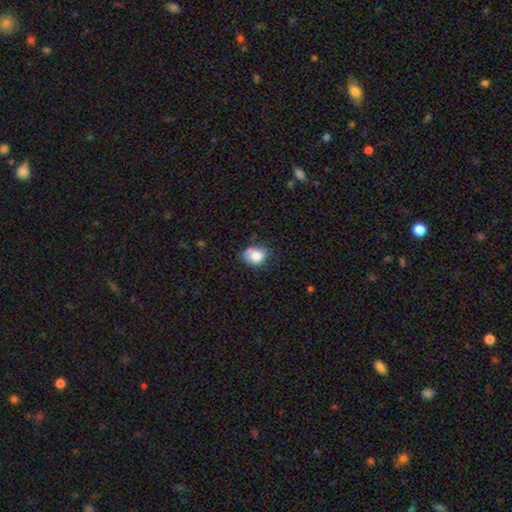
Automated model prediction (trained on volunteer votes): Smooth or featured?
  - smooth: 79% *
  - featured or disk: 13%
  - star or artifact: 9%
How rounded?
  - round: 50% * (tied)
  - in between: 50% * (tied)
  - cigar-shaped: 1%
Merging?
  - none: 51% *
  - minor disturbance: 33%
  - major disturbance: 11%
  - merger: 5%